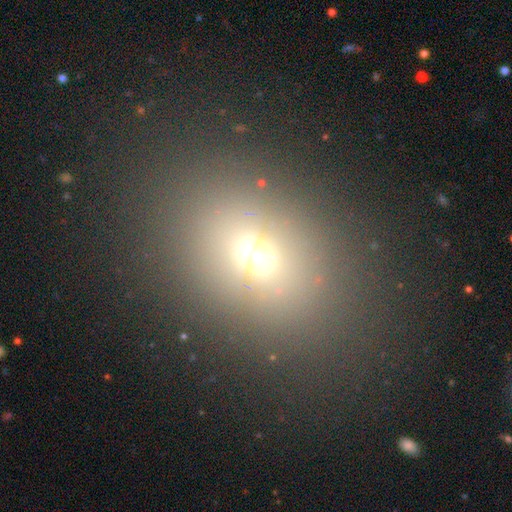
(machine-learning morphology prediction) type=smooth (63%); roundness=in between (67%); merging=none (81%).